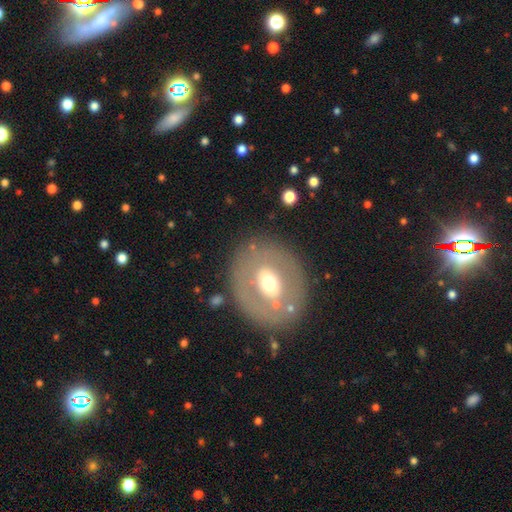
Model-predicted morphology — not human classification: featured or disk 62%, smooth 28%, star or artifact 11%. Down the decision tree: edge-on disk — no (92%); bar — weak (42%); spiral arms — no (68%); bulge size — moderate (66%); merging — none (81%).